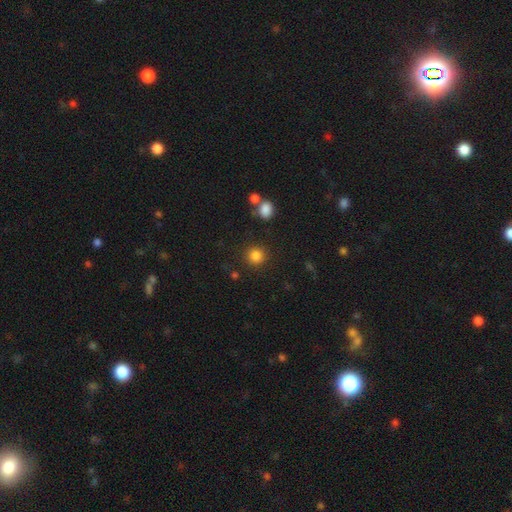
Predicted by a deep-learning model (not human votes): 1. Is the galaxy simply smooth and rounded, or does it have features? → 84% smooth, 12% star or artifact, 4% featured or disk.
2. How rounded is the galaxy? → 91% round, 8% in between, 1% cigar-shaped.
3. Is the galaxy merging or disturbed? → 86% none, 7% minor disturbance, 3% merger, 3% major disturbance.